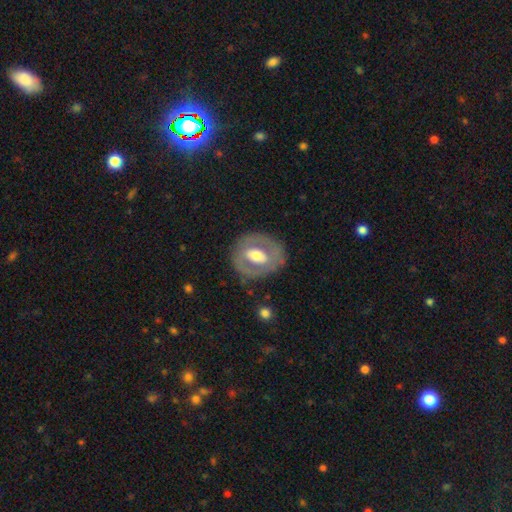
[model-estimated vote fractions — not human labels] Morphology: type=featured or disk (57%); edge-on=no (94%); bar=no (50%); spiral arms=no (82%); bulge=moderate (59%); merging=none (75%).